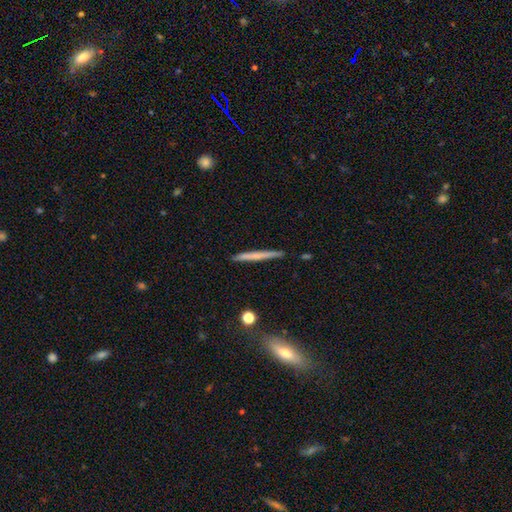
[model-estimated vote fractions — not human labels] smooth-or-featured: smooth: 57% | featured or disk: 37% | star or artifact: 6%
  how-rounded: cigar-shaped: 96% | in between: 2% | round: 2%
  merging: none: 90% | minor disturbance: 7% | merger: 2% | major disturbance: 2%